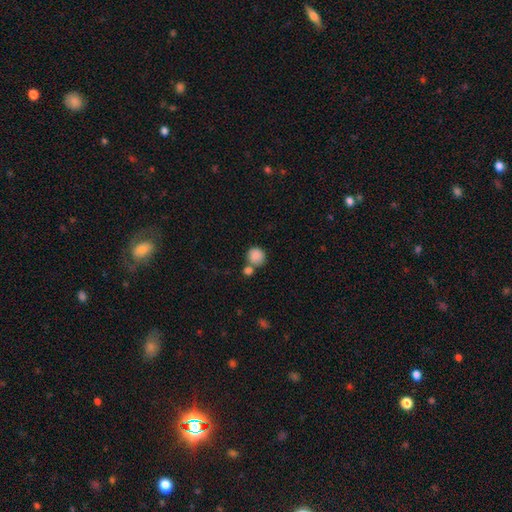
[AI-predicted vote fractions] Overall: smooth (87%). How rounded: round (87%). Merging: none (49%; merger 36%).